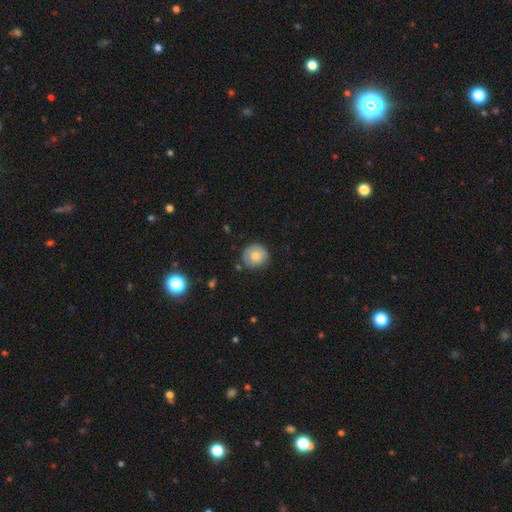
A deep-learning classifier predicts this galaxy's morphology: type=smooth (77%); roundness=round (89%); merging=none (78%).